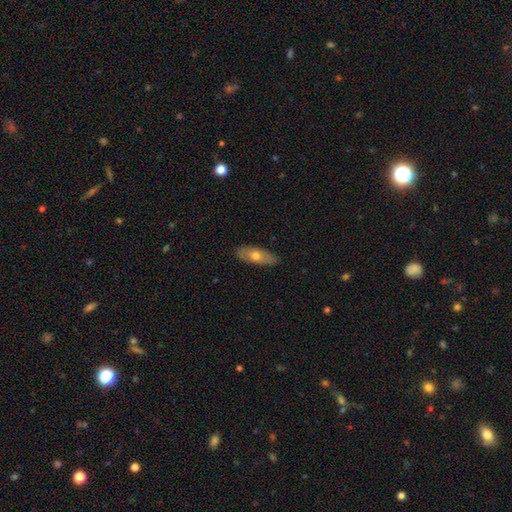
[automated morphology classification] This is possibly a smooth galaxy (58%). How rounded: likely in between (69%). Merging: clearly none (85%).